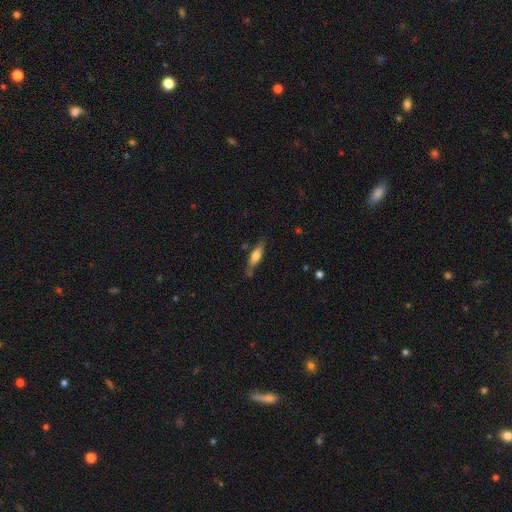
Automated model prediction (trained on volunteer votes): This is possibly a smooth galaxy (54%). How rounded: likely cigar-shaped (66%). Merging: likely none (73%).